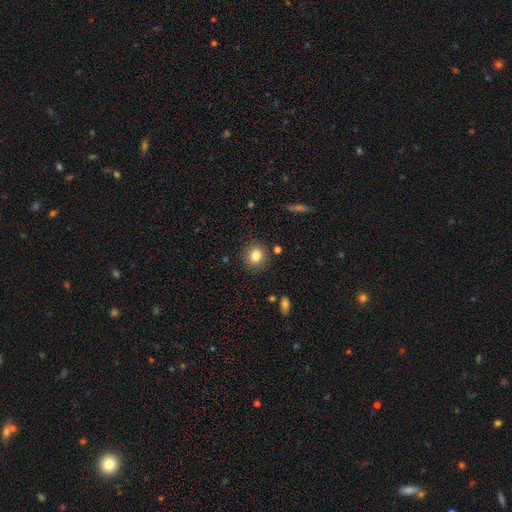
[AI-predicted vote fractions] Smooth or featured? smooth (83%)
How rounded? round (82%)
Merging? none (86%)